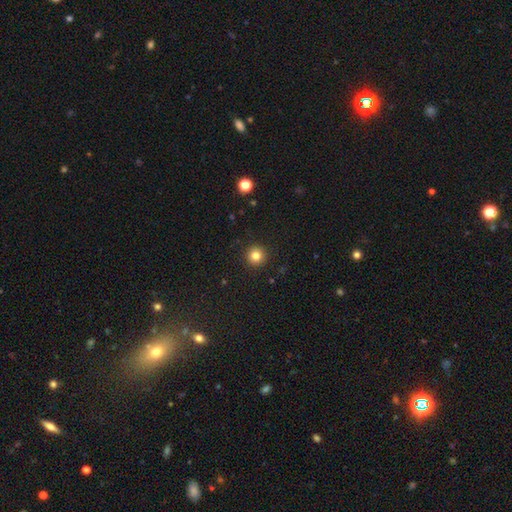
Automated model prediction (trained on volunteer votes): This is clearly a smooth galaxy (82%). How rounded: clearly round (96%). Merging: clearly none (93%).